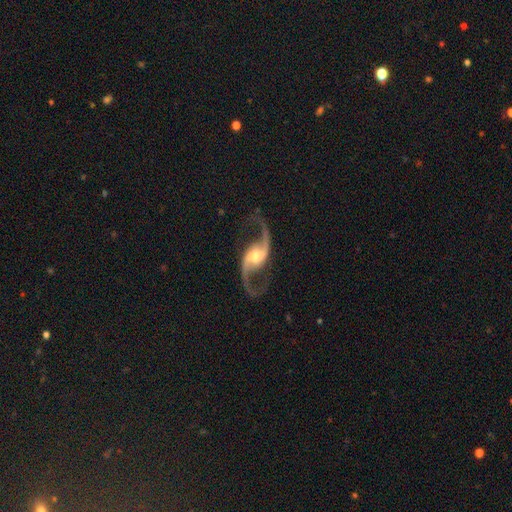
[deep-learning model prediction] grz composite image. It shows a featured or disk galaxy (93%) with a weak bar (39%), 2 (95%) loose (74%) spiral arms (98%) and a moderate central bulge (58%). Merging: none (82%).